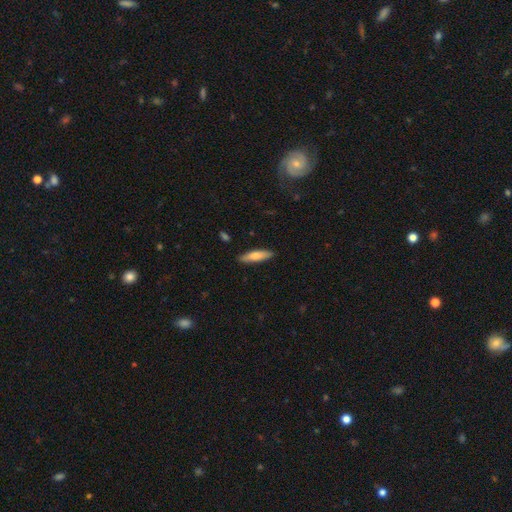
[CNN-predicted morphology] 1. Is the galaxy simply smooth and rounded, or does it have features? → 70% smooth, 24% featured or disk, 6% star or artifact.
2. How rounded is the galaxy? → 69% cigar-shaped, 30% in between, 2% round.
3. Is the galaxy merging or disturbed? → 88% none, 9% minor disturbance, 2% major disturbance, 1% merger.